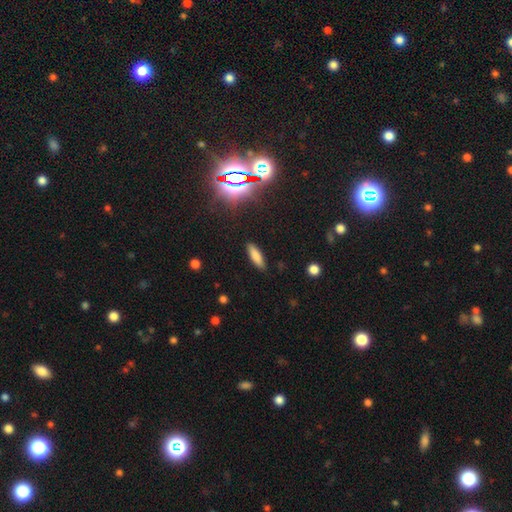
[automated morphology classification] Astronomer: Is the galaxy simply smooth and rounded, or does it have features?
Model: smooth — 78%.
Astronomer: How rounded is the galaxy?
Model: in between — 49% (runner-up: cigar-shaped, 48%).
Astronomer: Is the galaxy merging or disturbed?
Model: none — 87%.